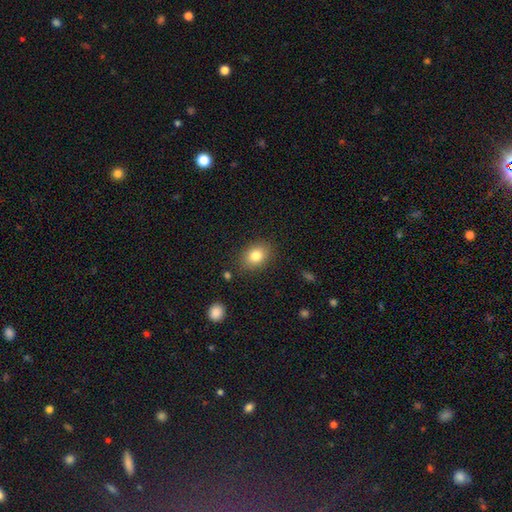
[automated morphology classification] Q: Smooth or featured?
A: smooth (82%); runner-up: featured or disk (9%)
Q: How rounded?
A: in between (65%); runner-up: round (34%)
Q: Merging?
A: none (84%); runner-up: minor disturbance (11%)